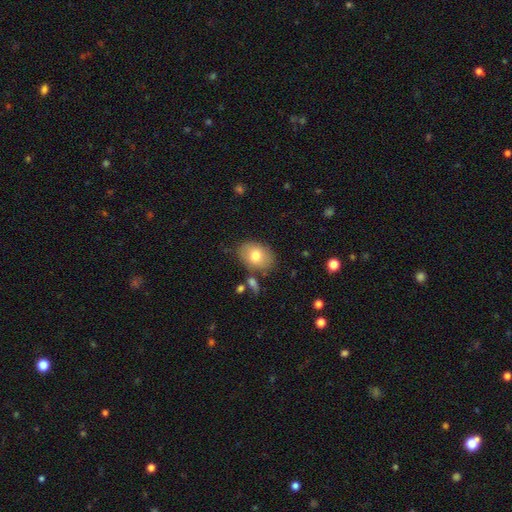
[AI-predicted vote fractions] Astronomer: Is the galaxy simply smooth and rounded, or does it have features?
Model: smooth — 76%.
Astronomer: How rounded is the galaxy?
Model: in between — 72%.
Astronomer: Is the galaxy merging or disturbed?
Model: none — 77%.